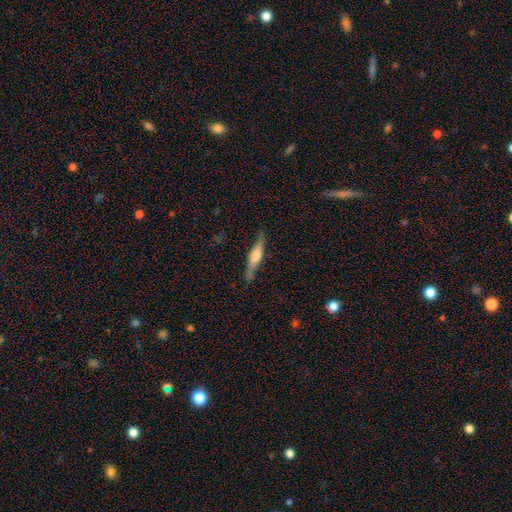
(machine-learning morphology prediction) A featured or disk galaxy (52%) viewed edge-on (92%).

Vote fractions:
- Smooth or featured? featured or disk: 52% / smooth: 42% / star or artifact: 6%
- Edge-on disk? yes: 92% / no: 8%
- Merging? none: 80% / minor disturbance: 15% / major disturbance: 3% / merger: 2%